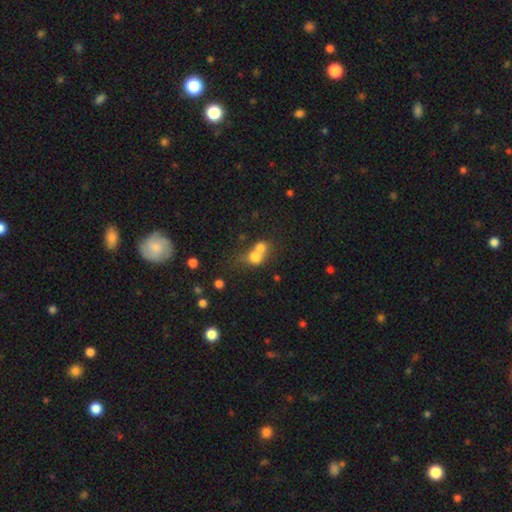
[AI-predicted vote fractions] Smooth or featured? smooth (67%)
How rounded? round (67%)
Merging? merger (66%)